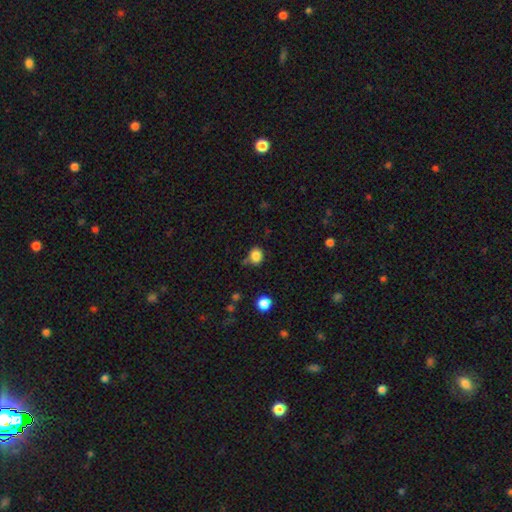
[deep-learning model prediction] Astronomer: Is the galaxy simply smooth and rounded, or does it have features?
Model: smooth — 85%.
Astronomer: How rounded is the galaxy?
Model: round — 68%.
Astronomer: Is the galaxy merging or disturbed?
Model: none — 71%.